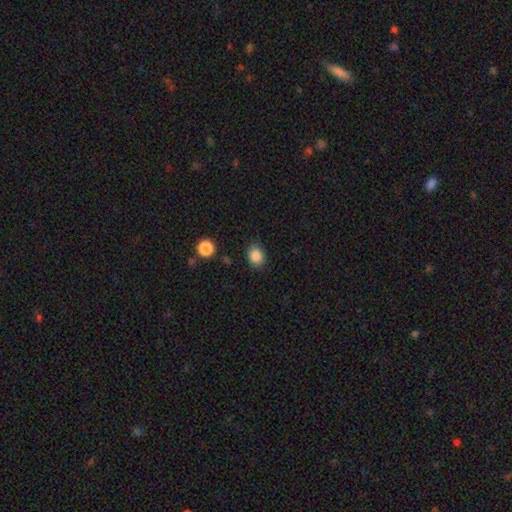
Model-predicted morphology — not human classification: smooth-or-featured: smooth: 86% | star or artifact: 10% | featured or disk: 4%
  how-rounded: in between: 50% | round: 49% | cigar-shaped: 1%
  merging: none: 83% | minor disturbance: 12% | major disturbance: 3% | merger: 2%